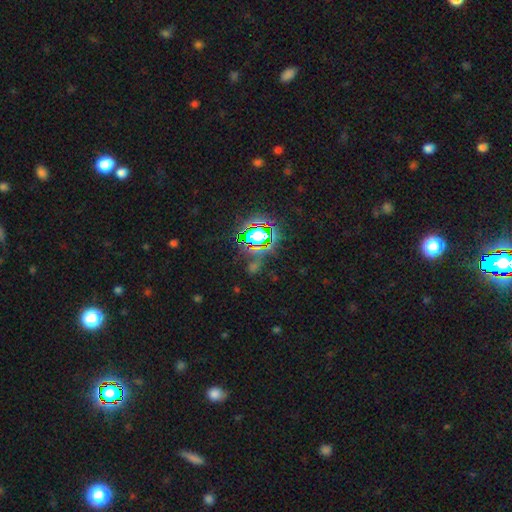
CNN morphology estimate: A star or artifact, not a galaxy (80%).